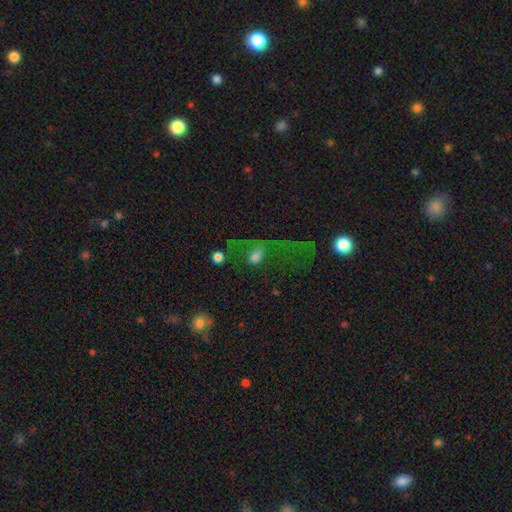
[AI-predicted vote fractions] This is possibly a smooth galaxy (53%). How rounded: likely in between (68%). Merging: possibly major disturbance (48%).